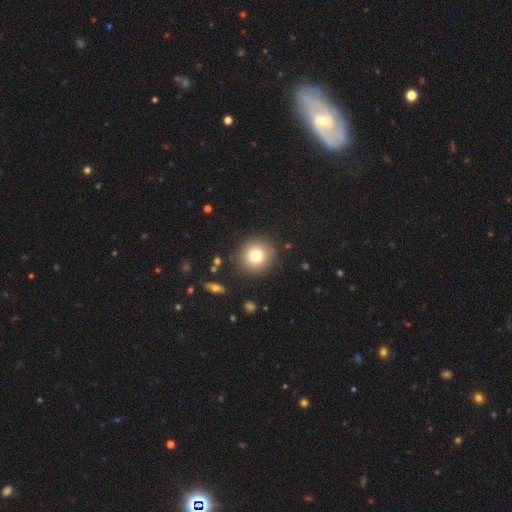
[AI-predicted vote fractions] Morphology: type=smooth (77%); roundness=round (93%); merging=none (88%).